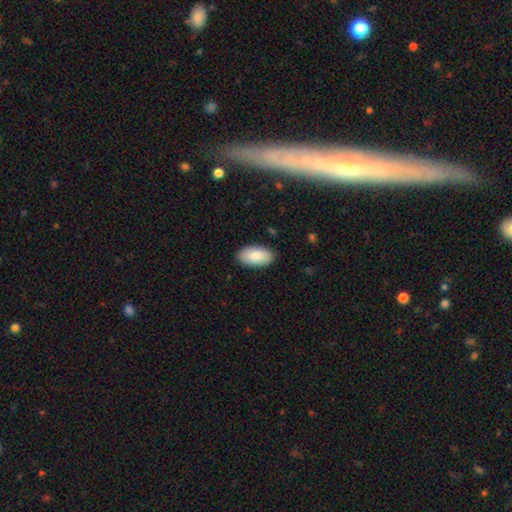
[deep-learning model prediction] Overall: smooth (86%). How rounded: in between (95%). Merging: none (88%).